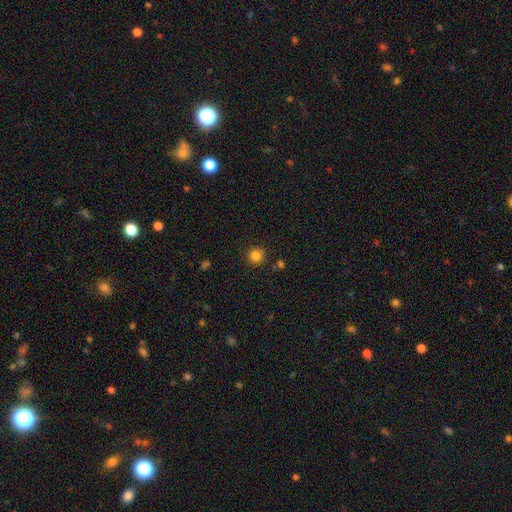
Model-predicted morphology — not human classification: A smooth galaxy with no disk features (83%) that is round (92%).

Vote fractions:
- Smooth or featured? smooth: 83% / star or artifact: 13% / featured or disk: 5%
- How rounded? round: 92% / in between: 7% / cigar-shaped: 1%
- Merging? none: 84% / minor disturbance: 10% / merger: 4% / major disturbance: 3%